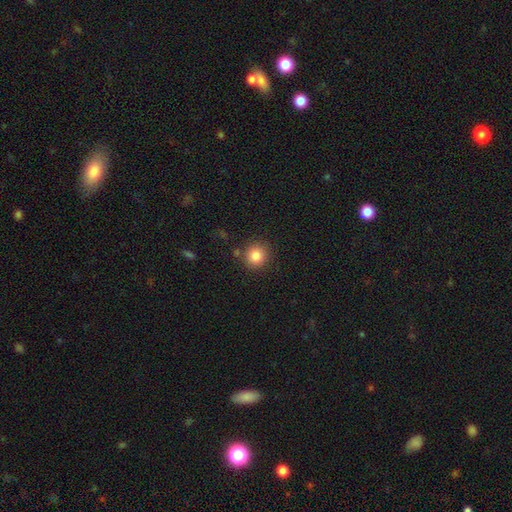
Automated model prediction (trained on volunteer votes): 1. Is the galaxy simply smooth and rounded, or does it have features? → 83% smooth, 11% star or artifact, 6% featured or disk.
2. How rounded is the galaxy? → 90% round, 9% in between, 1% cigar-shaped.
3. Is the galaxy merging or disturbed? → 85% none, 8% minor disturbance, 4% merger, 3% major disturbance.